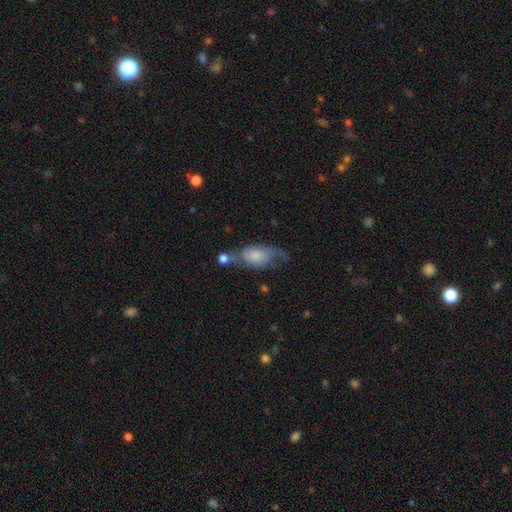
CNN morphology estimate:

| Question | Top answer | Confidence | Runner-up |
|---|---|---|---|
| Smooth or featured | featured or disk | 48% | smooth (45%) |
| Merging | none | 38% | minor disturbance (25%) |